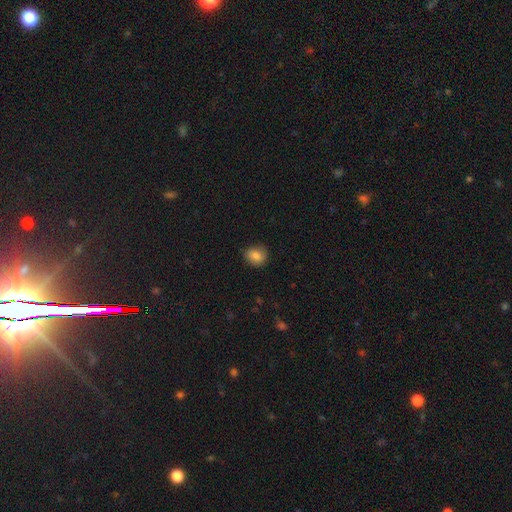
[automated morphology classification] A smooth galaxy with no disk features (84%) that is round (66%). Merging: none (79%).